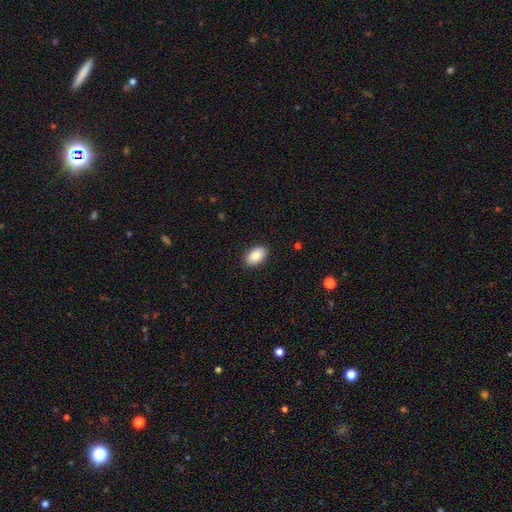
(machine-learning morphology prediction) Smooth or featured? smooth (87%)
How rounded? in between (92%)
Merging? none (90%)